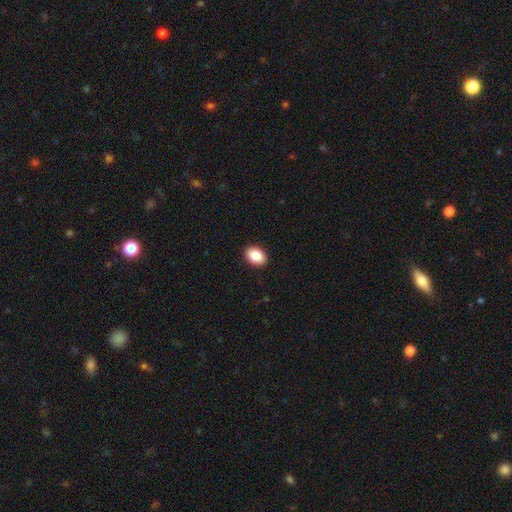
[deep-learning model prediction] Morphology: type=smooth (89%); roundness=in between (83%); merging=none (91%).